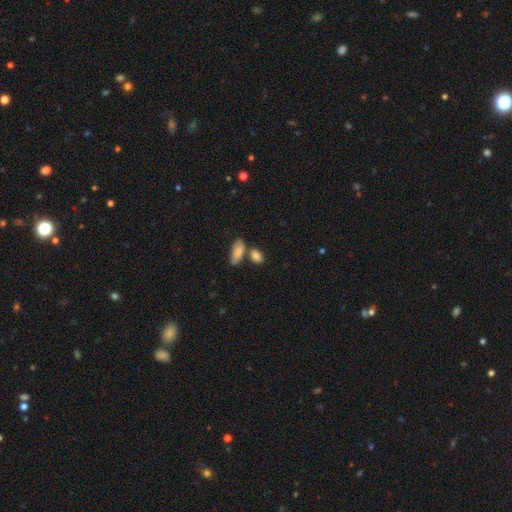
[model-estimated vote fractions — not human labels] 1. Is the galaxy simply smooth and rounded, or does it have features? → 84% smooth, 8% featured or disk, 8% star or artifact.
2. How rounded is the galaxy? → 80% in between, 14% round, 7% cigar-shaped.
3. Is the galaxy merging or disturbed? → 60% none, 23% merger, 14% minor disturbance, 4% major disturbance.